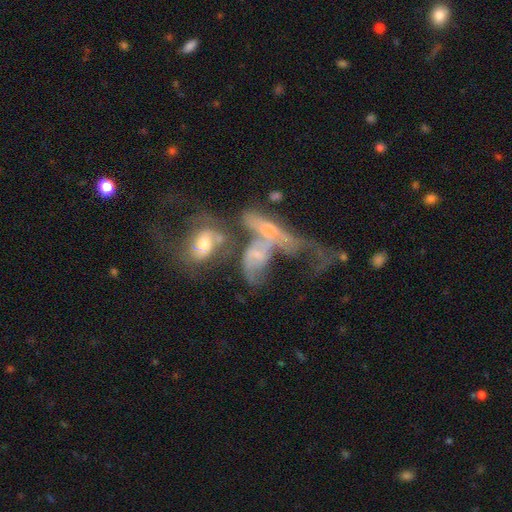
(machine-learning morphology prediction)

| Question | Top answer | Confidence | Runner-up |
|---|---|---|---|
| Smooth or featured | featured or disk | 61% | smooth (26%) |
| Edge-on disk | no | 89% | yes (11%) |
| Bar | no | 59% | weak (30%) |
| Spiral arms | yes | 62% | no (38%) |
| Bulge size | small | 41% | moderate (31%) |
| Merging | merger | 69% | major disturbance (13%) |